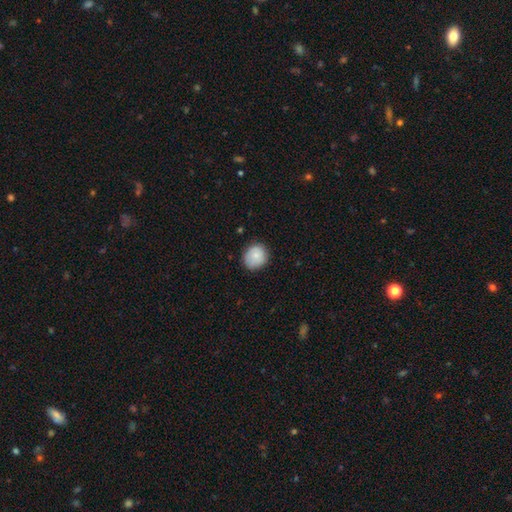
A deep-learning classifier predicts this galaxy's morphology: The model was most divided on "how rounded": round: 78%, in between: 21%, cigar-shaped: 1%. More confident: smooth or featured — smooth (84%); merging — none (82%).